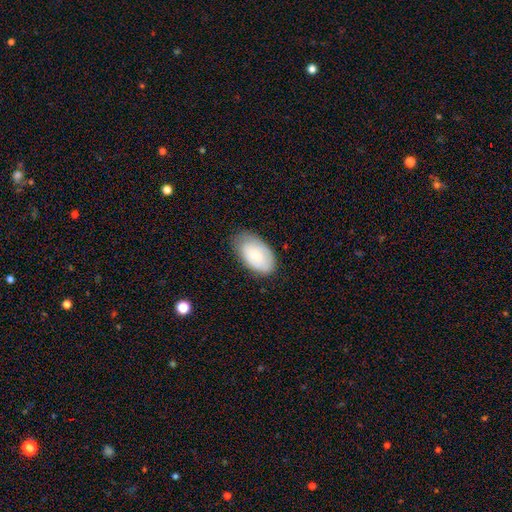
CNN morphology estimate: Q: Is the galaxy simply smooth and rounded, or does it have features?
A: smooth — 71%.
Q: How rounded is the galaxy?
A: in between — 95%.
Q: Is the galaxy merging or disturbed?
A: none — 71%.